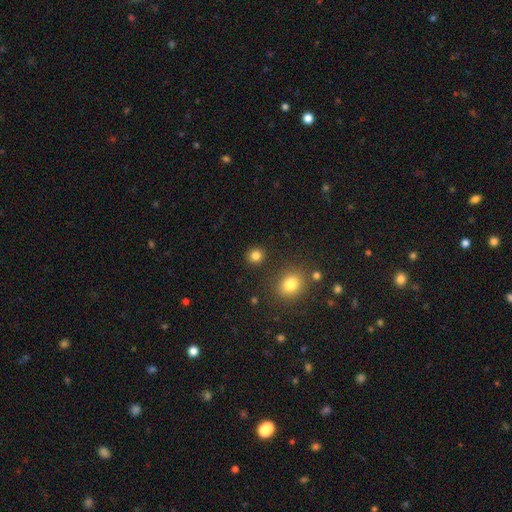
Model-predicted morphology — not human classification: This appears to be a smooth galaxy with no disk features (82%) that is round (84%). Merging: none (87%).